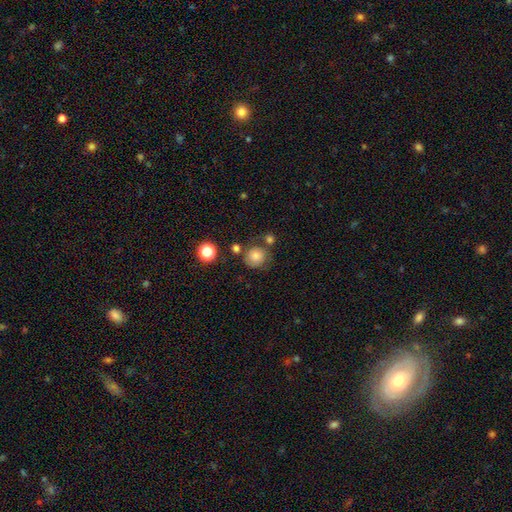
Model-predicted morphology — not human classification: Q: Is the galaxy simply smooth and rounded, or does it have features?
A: smooth — 77%.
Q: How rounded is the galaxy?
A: round — 88%.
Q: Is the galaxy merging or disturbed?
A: none — 65%.